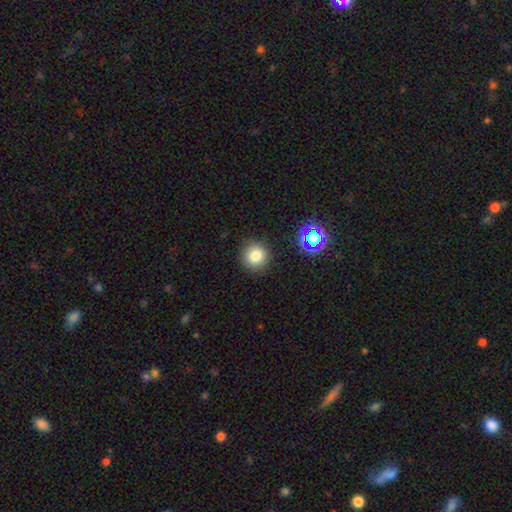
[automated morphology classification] smooth 79%, star or artifact 14%, featured or disk 6%. Down the decision tree: how rounded — round (92%); merging — none (89%).